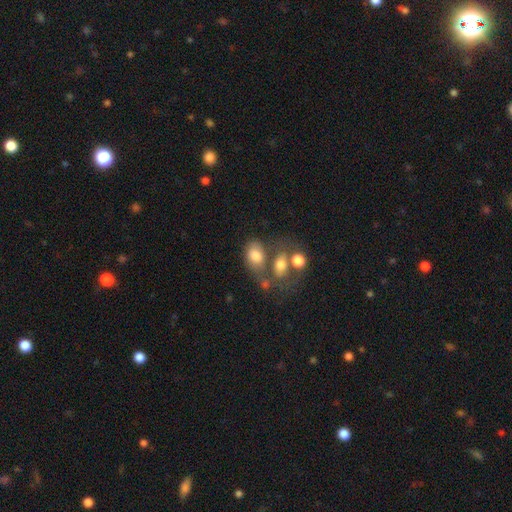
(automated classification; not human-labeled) This is likely a smooth galaxy (75%). How rounded: likely in between (79%). Merging: marginally none (38%).